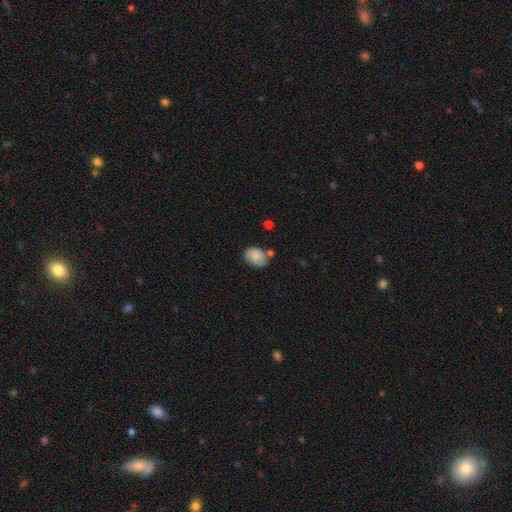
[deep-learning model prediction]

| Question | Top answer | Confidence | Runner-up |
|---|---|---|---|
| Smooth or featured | smooth | 83% | featured or disk (9%) |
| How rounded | in between | 73% | round (26%) |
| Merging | none | 67% | minor disturbance (20%) |